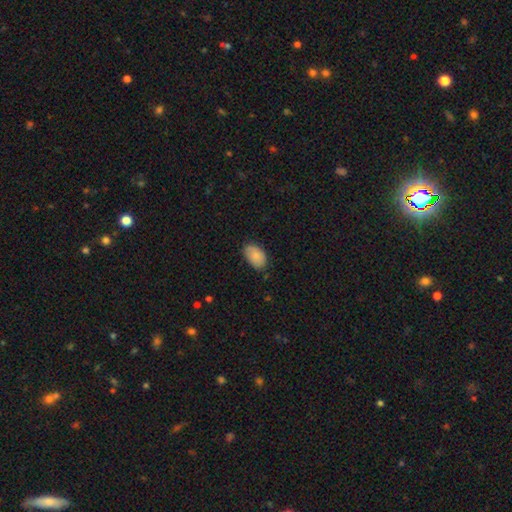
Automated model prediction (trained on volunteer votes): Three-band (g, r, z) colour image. It shows a smooth galaxy with no disk features (84%) that is in between round and cigar-shaped (91%). Merging: none (71%).